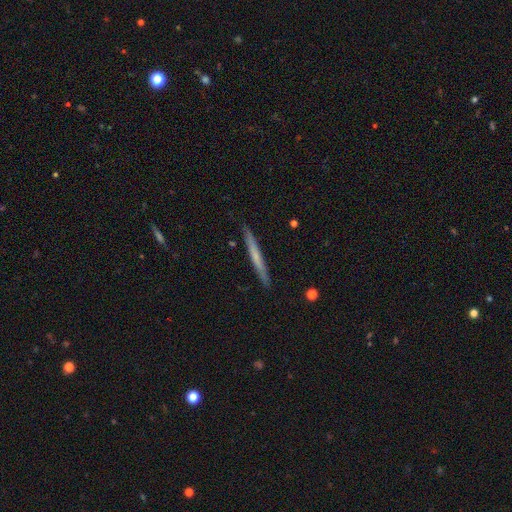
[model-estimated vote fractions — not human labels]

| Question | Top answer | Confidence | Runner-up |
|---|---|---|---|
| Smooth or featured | smooth | 50% | featured or disk (44%) |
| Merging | none | 91% | minor disturbance (7%) |